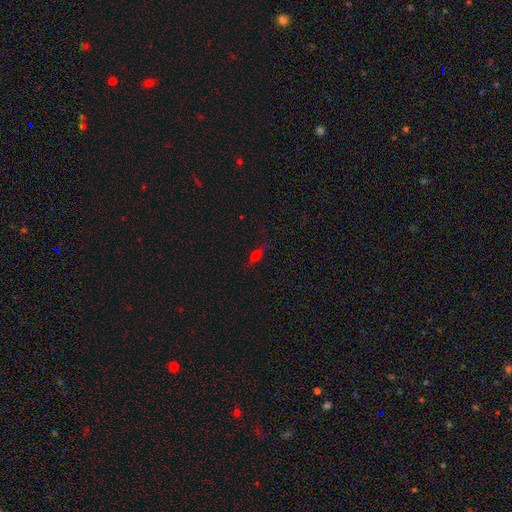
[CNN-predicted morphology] Smooth or featured: smooth — 51% (featured or disk — 31%)
How rounded: in between — 55% (cigar-shaped — 34%)
Merging: none — 76% (minor disturbance — 17%)